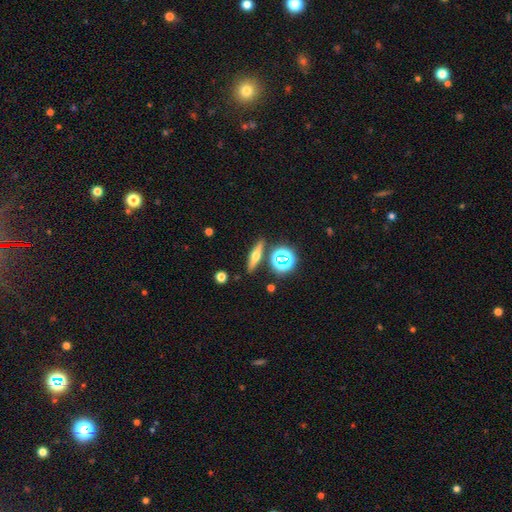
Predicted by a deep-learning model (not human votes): Smooth or featured? featured or disk (51%)
Edge-on disk? yes (92%)
Merging? none (84%)